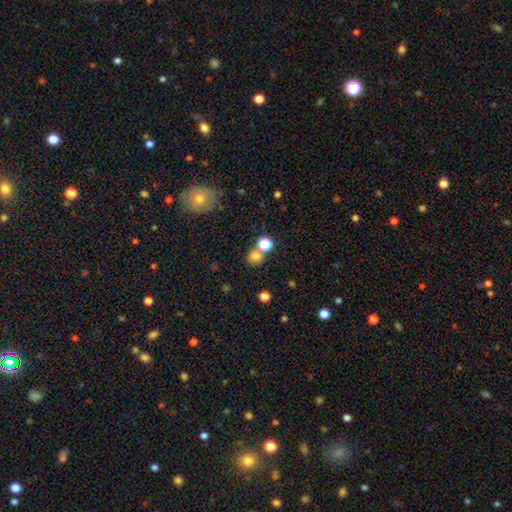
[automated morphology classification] smooth_or_featured: smooth (p=0.75) [alt: star or artifact p=0.17]
how_rounded: round (p=0.82) [alt: in between p=0.17]
merging: none (p=0.60) [alt: merger p=0.27]